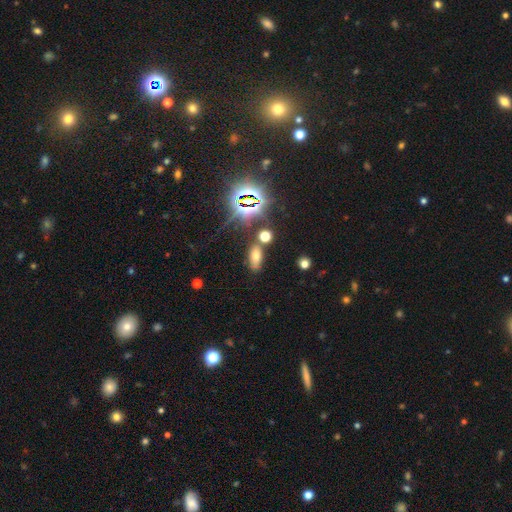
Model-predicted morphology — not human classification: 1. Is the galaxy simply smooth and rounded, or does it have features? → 58% smooth, 30% star or artifact, 12% featured or disk.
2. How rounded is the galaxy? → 84% in between, 9% cigar-shaped, 7% round.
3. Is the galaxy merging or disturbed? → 75% none, 12% minor disturbance, 8% merger, 5% major disturbance.